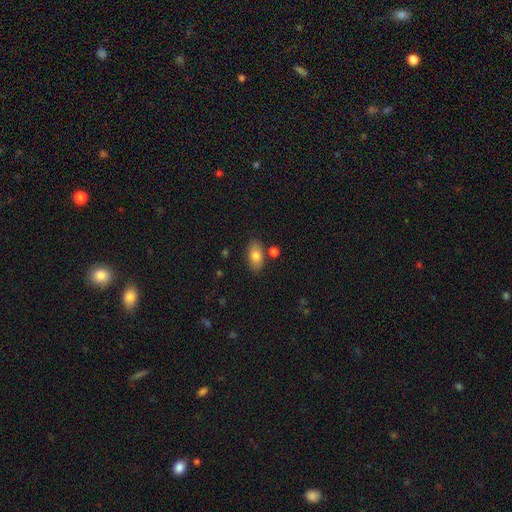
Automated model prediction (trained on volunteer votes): Smooth or featured? Predicted: smooth (p=0.79). How rounded? Predicted: in between (p=0.90). Merging? Predicted: none (p=0.79).